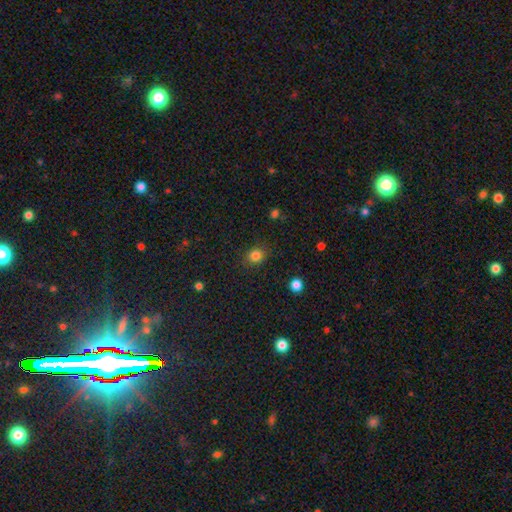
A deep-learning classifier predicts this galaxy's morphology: This is clearly a smooth galaxy (83%). How rounded: likely round (75%). Merging: clearly none (86%).